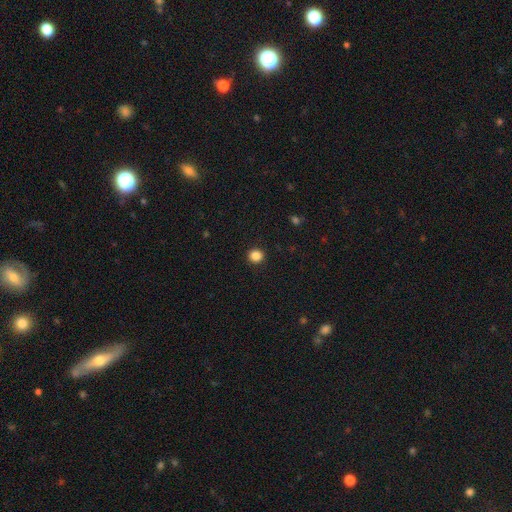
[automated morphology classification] smooth 86%, star or artifact 11%, featured or disk 3%. Down the decision tree: how rounded — round (90%); merging — none (93%).